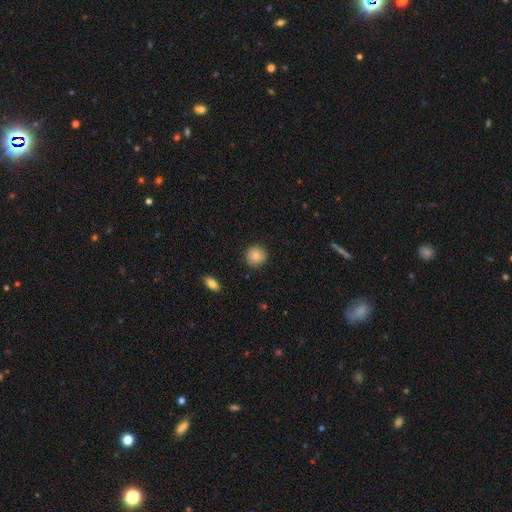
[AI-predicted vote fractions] Smooth or featured: smooth — 84% (featured or disk — 8%)
How rounded: round — 91% (in between — 8%)
Merging: none — 88% (minor disturbance — 8%)